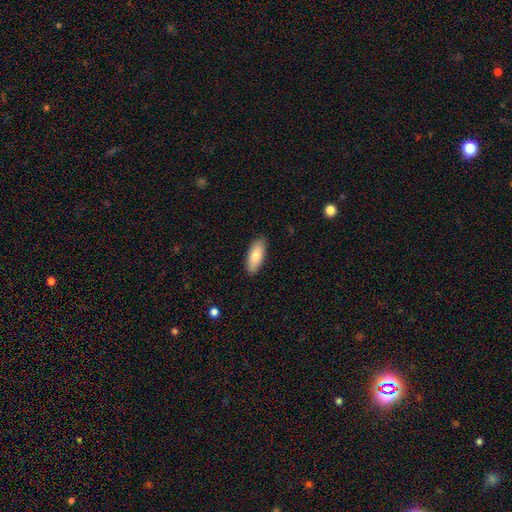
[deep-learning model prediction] smooth_or_featured: smooth (p=0.84) [alt: featured or disk p=0.10]
how_rounded: in between (p=0.81) [alt: cigar-shaped p=0.17]
merging: none (p=0.89) [alt: minor disturbance p=0.09]